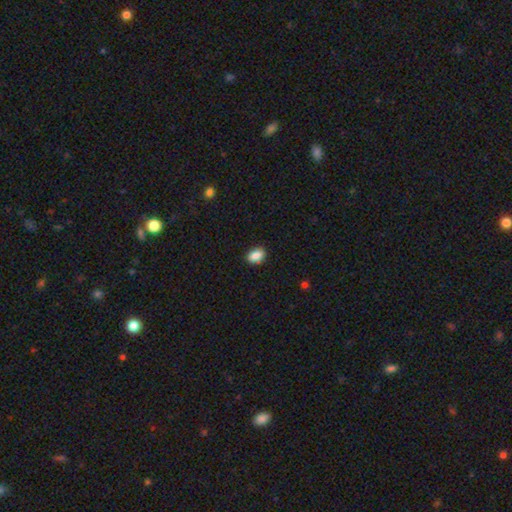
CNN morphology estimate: Smooth or featured? Predicted: smooth (p=0.86). How rounded? Predicted: in between (p=0.80). Merging? Predicted: none (p=0.86).